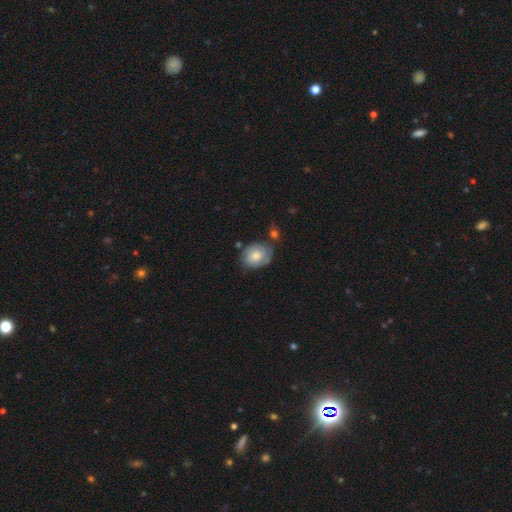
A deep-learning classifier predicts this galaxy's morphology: Smooth or featured: smooth — 55% (featured or disk — 38%)
How rounded: in between — 55% (round — 44%)
Merging: none — 60% (minor disturbance — 24%)